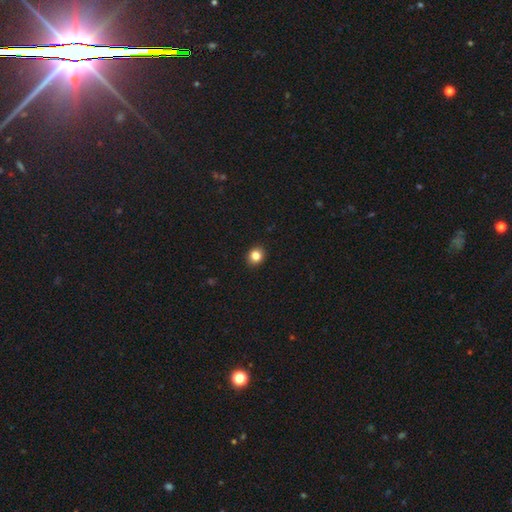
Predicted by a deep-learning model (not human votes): Smooth or featured? Predicted: smooth (p=0.84). How rounded? Predicted: round (p=0.75). Merging? Predicted: none (p=0.92).